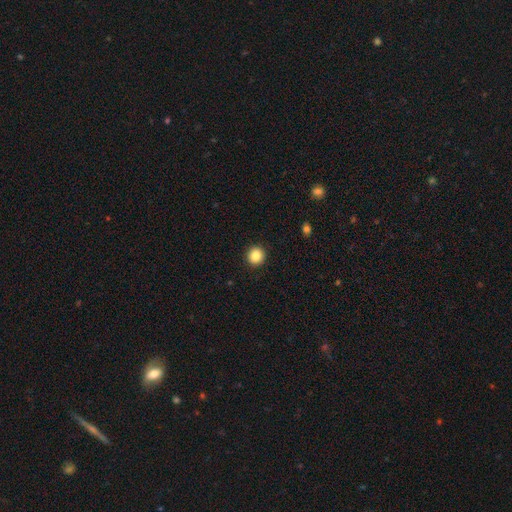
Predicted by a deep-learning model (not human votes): Smooth or featured? smooth (85%)
How rounded? round (94%)
Merging? none (93%)